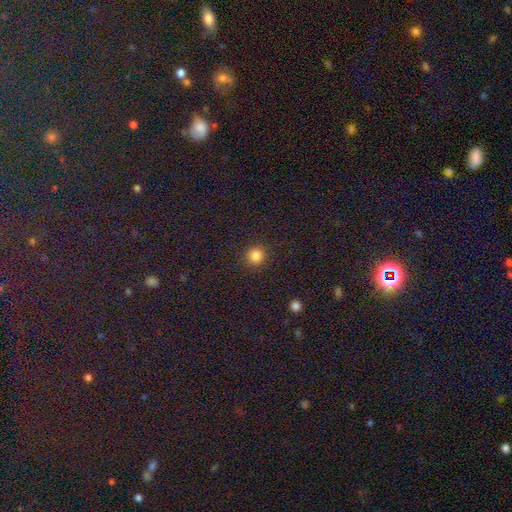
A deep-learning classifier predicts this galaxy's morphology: A smooth galaxy with no disk features (84%) that is round (92%).

Vote fractions:
- Smooth or featured? smooth: 84% / star or artifact: 12% / featured or disk: 4%
- How rounded? round: 92% / in between: 7% / cigar-shaped: 1%
- Merging? none: 90% / minor disturbance: 6% / major disturbance: 3% / merger: 1%